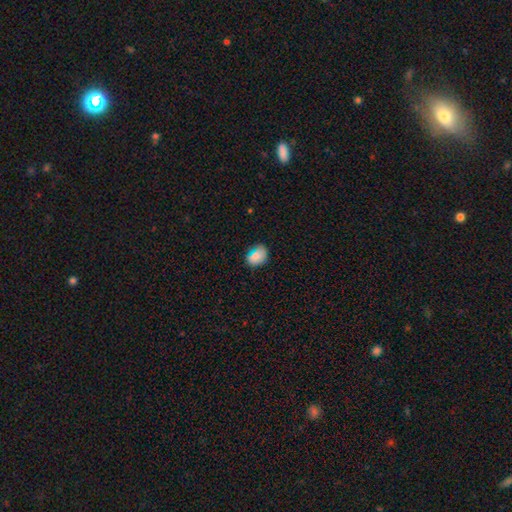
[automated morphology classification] A smooth galaxy with no disk features (80%) that is in between round and cigar-shaped (66%). Merging: none (67%).